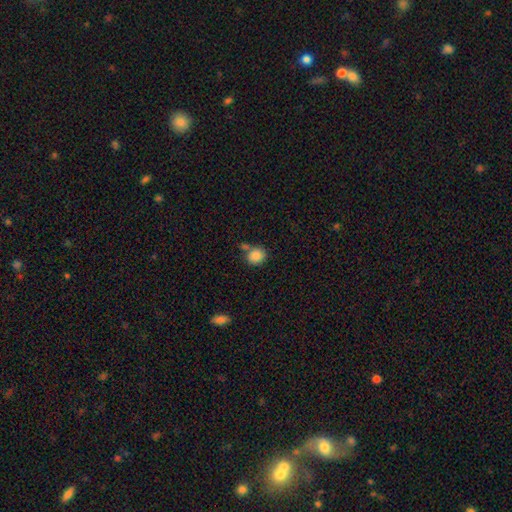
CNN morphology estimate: Q: Smooth or featured?
A: smooth (85%); runner-up: star or artifact (9%)
Q: How rounded?
A: round (80%); runner-up: in between (19%)
Q: Merging?
A: none (62%); runner-up: merger (20%)